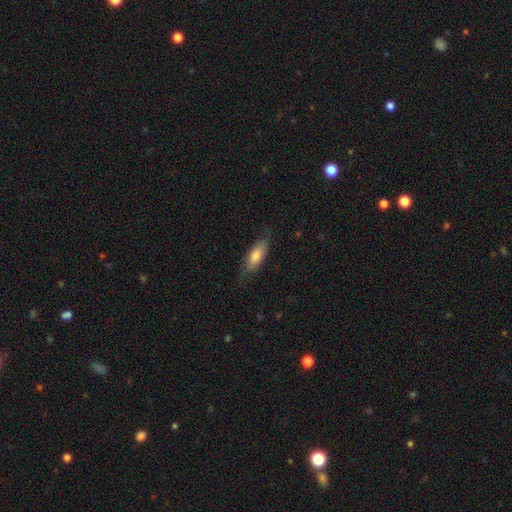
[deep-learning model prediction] Smooth or featured? Predicted: smooth (p=0.73). How rounded? Predicted: in between (p=0.63). Merging? Predicted: none (p=0.72).